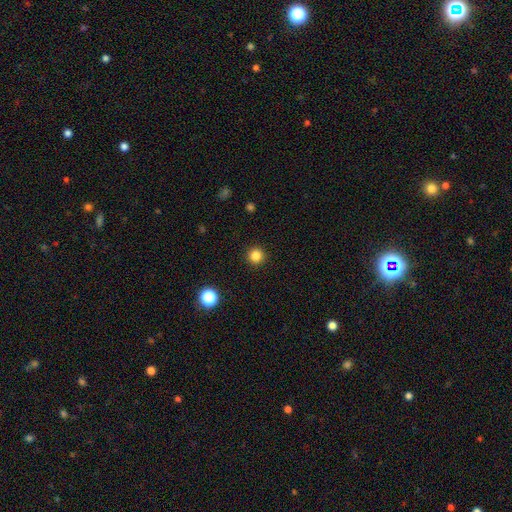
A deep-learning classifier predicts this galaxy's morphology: This is clearly a smooth galaxy (83%). How rounded: clearly round (96%). Merging: clearly none (93%).